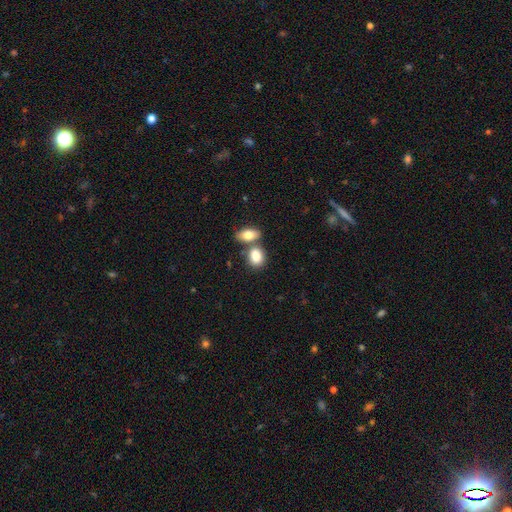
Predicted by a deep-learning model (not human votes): A smooth galaxy with no disk features (84%) that is in between round and cigar-shaped (73%).

Vote fractions:
- Smooth or featured? smooth: 84% / featured or disk: 9% / star or artifact: 8%
- How rounded? in between: 73% / round: 24% / cigar-shaped: 2%
- Merging? none: 47% / merger: 39% / minor disturbance: 11% / major disturbance: 4%